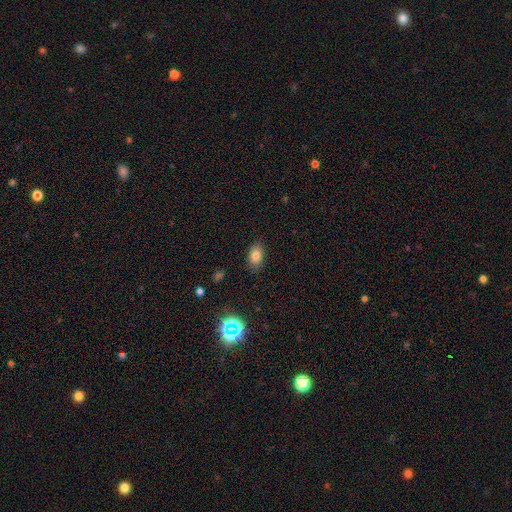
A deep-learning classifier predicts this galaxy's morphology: Smooth or featured? Predicted: smooth (p=0.79). How rounded? Predicted: in between (p=0.87). Merging? Predicted: none (p=0.85).